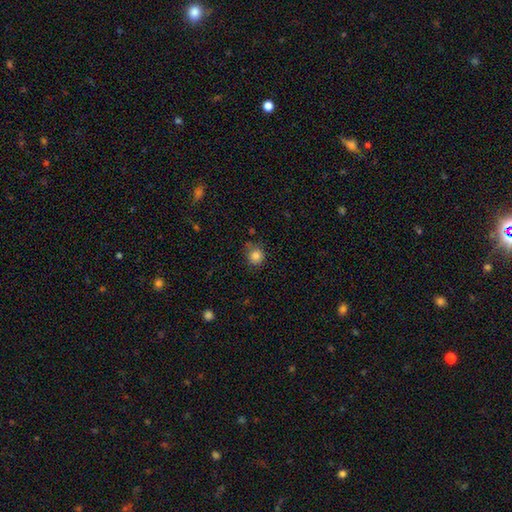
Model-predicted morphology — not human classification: Smooth or featured?
  - smooth: 84% *
  - star or artifact: 11%
  - featured or disk: 5%
How rounded?
  - round: 87% *
  - in between: 12%
  - cigar-shaped: 1%
Merging?
  - none: 74% *
  - minor disturbance: 19%
  - major disturbance: 4%
  - merger: 3%